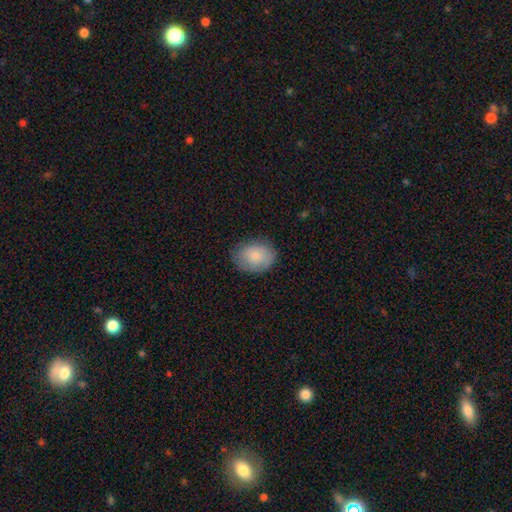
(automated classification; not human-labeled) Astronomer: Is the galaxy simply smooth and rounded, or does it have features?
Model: smooth — 83%.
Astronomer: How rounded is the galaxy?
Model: in between — 65%.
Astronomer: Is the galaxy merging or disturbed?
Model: none — 78%.